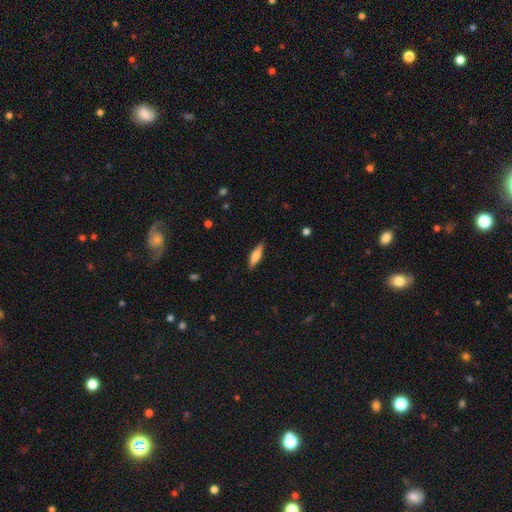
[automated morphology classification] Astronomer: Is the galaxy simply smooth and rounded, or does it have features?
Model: smooth — 62%.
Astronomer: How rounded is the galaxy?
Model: cigar-shaped — 66%.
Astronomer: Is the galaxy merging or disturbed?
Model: none — 87%.